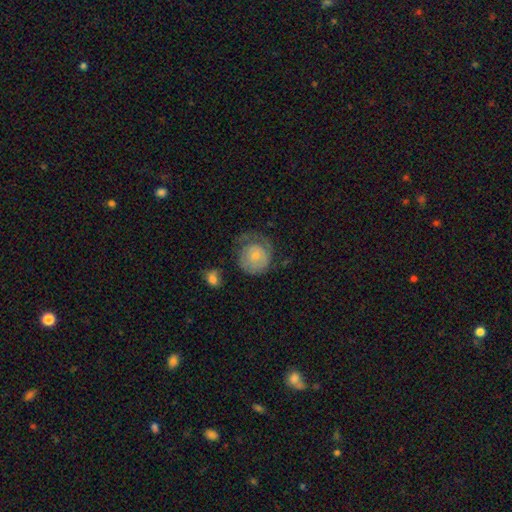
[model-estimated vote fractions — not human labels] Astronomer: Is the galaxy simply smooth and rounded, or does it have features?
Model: smooth — 54% (runner-up: featured or disk, 39%).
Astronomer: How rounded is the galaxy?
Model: round — 86%.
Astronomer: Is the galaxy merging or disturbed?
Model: none — 45% (runner-up: minor disturbance, 27%).